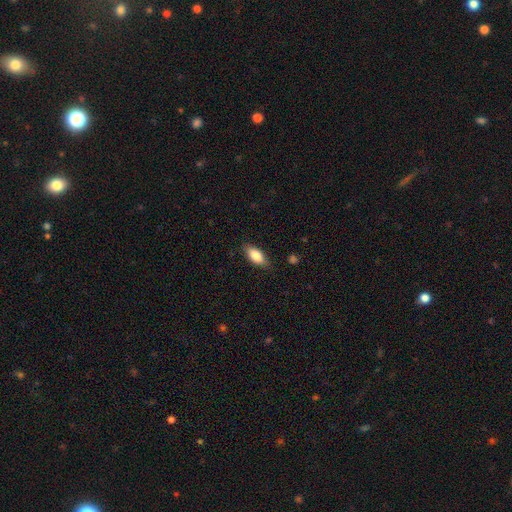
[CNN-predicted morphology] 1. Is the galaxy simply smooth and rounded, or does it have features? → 82% smooth, 11% featured or disk, 7% star or artifact.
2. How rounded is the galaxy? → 85% in between, 13% cigar-shaped, 3% round.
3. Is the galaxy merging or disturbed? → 81% none, 14% minor disturbance, 3% major disturbance, 1% merger.